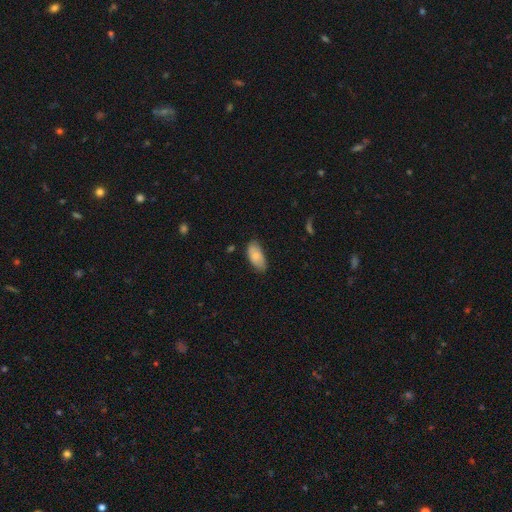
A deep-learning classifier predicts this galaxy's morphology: Q: Smooth or featured?
A: smooth (80%); runner-up: featured or disk (13%)
Q: How rounded?
A: in between (93%); runner-up: cigar-shaped (5%)
Q: Merging?
A: none (73%); runner-up: minor disturbance (22%)